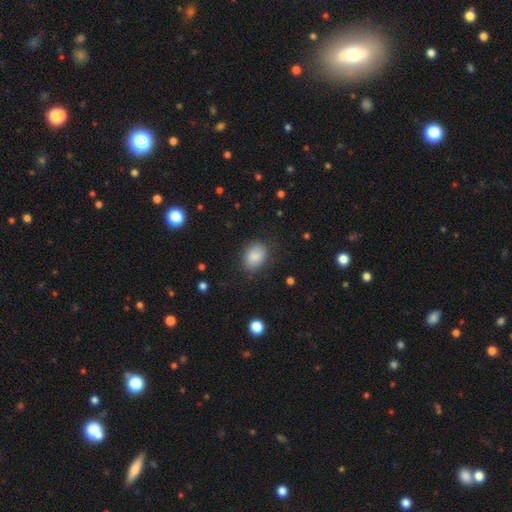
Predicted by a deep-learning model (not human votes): A smooth galaxy with no disk features (86%) that is in between round and cigar-shaped (66%).

Vote fractions:
- Smooth or featured? smooth: 86% / star or artifact: 8% / featured or disk: 5%
- How rounded? in between: 66% / round: 33% / cigar-shaped: 1%
- Merging? none: 80% / minor disturbance: 14% / major disturbance: 5% / merger: 1%